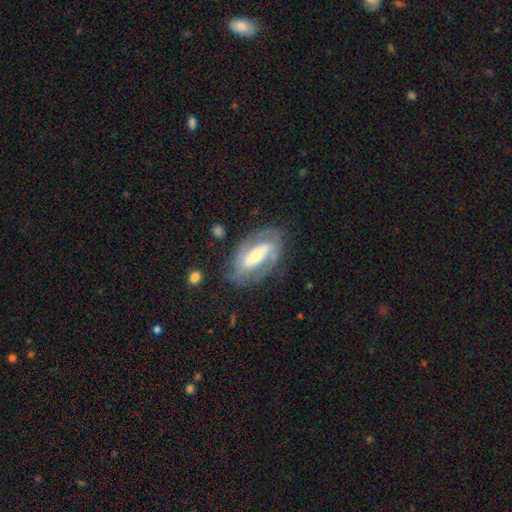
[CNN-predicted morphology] smooth_or_featured: featured or disk (p=0.82) [alt: smooth p=0.12]
disk_edge_on: no (p=0.93) [alt: yes p=0.07]
bar: strong (p=0.51) [alt: weak p=0.31]
has_spiral_arms: yes (p=0.91) [alt: no p=0.09]
spiral_winding: tight (p=0.46) [alt: medium p=0.40]
spiral_arm_count: 2 (p=0.78) [alt: can't tell p=0.11]
bulge_size: moderate (p=0.52) [alt: small p=0.37]
merging: none (p=0.75) [alt: minor disturbance p=0.16]